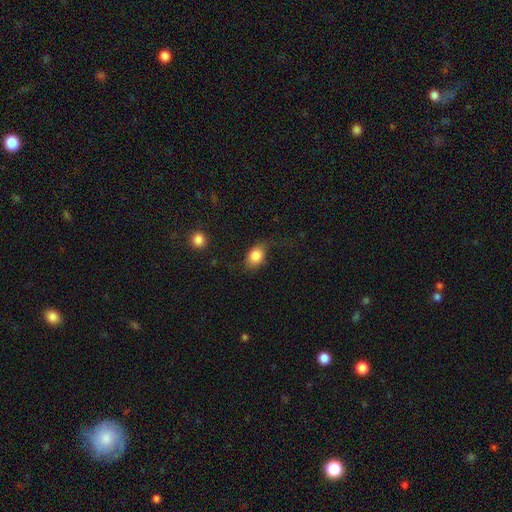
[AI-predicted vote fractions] Smooth or featured? smooth (82%)
How rounded? in between (70%)
Merging? none (56%)